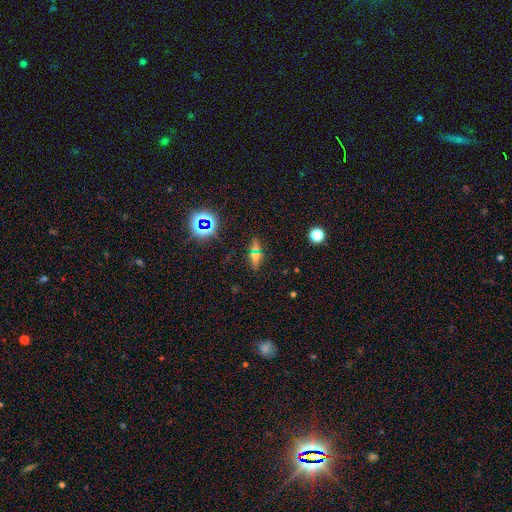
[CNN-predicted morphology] Smooth or featured? Predicted: smooth (p=0.39). Merging? Predicted: none (p=0.78).